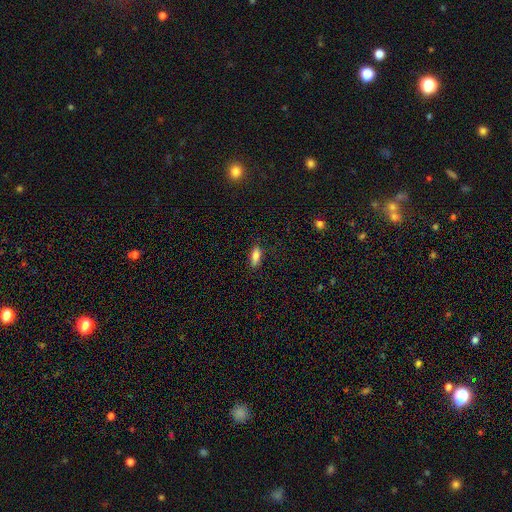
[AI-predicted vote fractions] Morphology: type=smooth (79%); roundness=in between (70%); merging=none (84%).